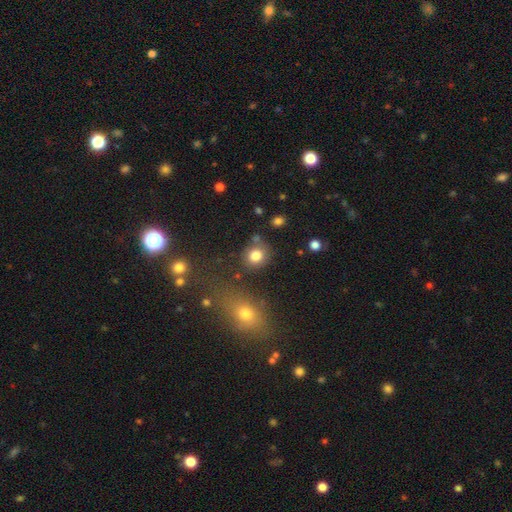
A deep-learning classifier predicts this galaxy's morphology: type=smooth (82%); roundness=round (78%); merging=none (73%).